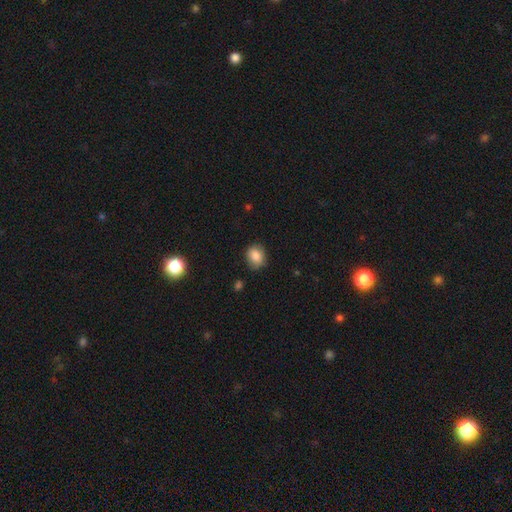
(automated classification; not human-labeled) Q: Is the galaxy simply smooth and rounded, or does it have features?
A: smooth — 85%.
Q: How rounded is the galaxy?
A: round — 52%.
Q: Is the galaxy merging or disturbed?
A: none — 75%.